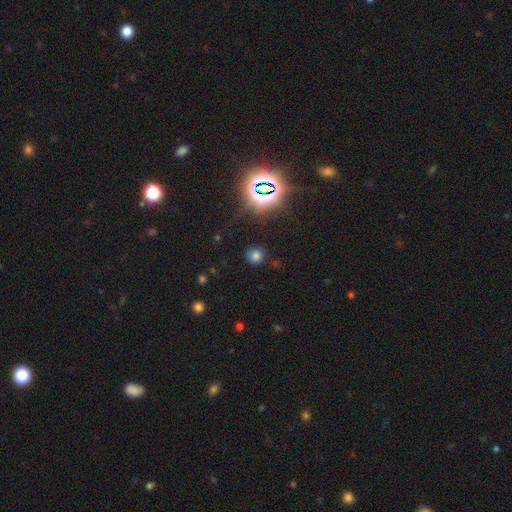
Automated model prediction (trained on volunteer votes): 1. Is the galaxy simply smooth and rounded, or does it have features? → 69% smooth, 25% star or artifact, 6% featured or disk.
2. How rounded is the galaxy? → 90% round, 9% in between, 1% cigar-shaped.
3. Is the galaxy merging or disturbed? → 85% none, 10% minor disturbance, 4% major disturbance, 2% merger.